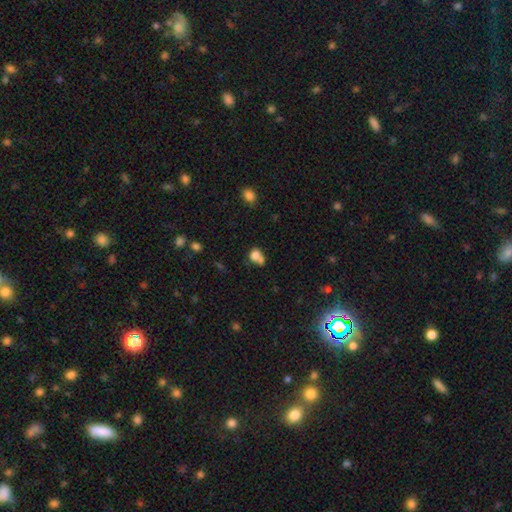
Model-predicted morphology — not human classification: type=smooth (78%); roundness=round (58%); merging=merger (46%).